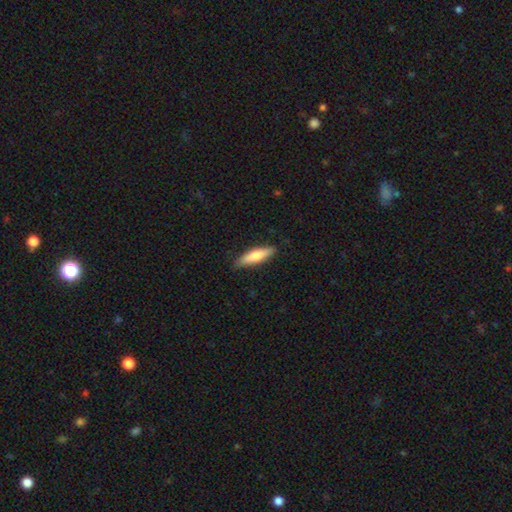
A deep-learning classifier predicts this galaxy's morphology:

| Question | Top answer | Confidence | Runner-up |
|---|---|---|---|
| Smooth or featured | smooth | 69% | featured or disk (26%) |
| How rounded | cigar-shaped | 67% | in between (31%) |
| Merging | none | 86% | minor disturbance (11%) |